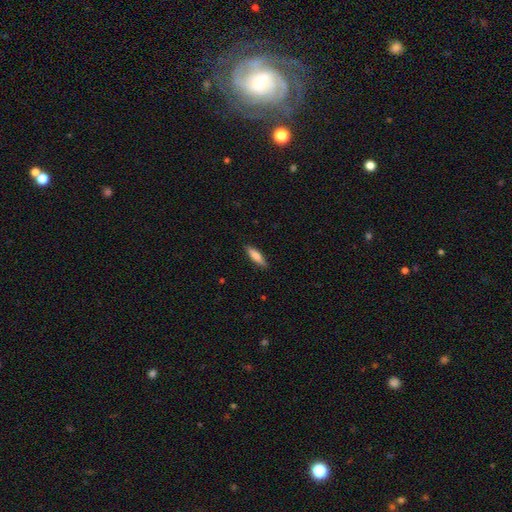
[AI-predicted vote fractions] This appears to be a smooth galaxy with no disk features (71%) that is cigar-shaped (64%). Merging: none (89%).